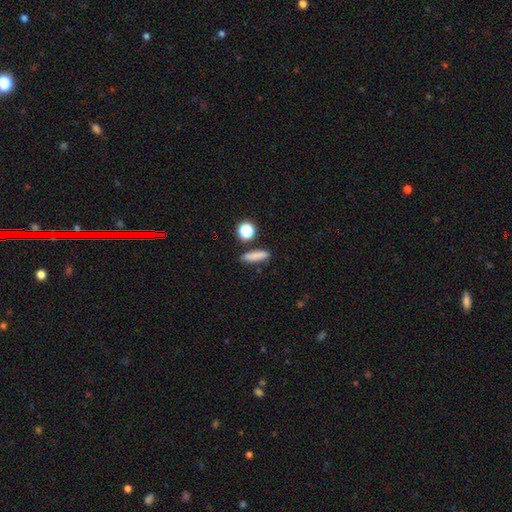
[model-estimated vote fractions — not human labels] This appears to be a smooth galaxy with no disk features (81%) that is cigar-shaped (59%). Merging: none (81%).